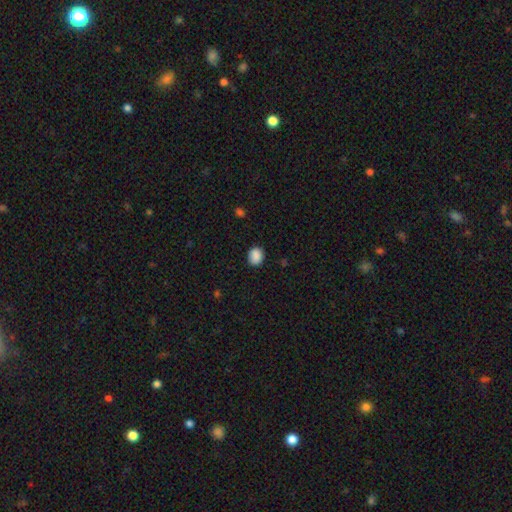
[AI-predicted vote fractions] Q: Smooth or featured?
A: smooth (89%); runner-up: star or artifact (8%)
Q: How rounded?
A: round (61%); runner-up: in between (39%)
Q: Merging?
A: none (86%); runner-up: minor disturbance (10%)